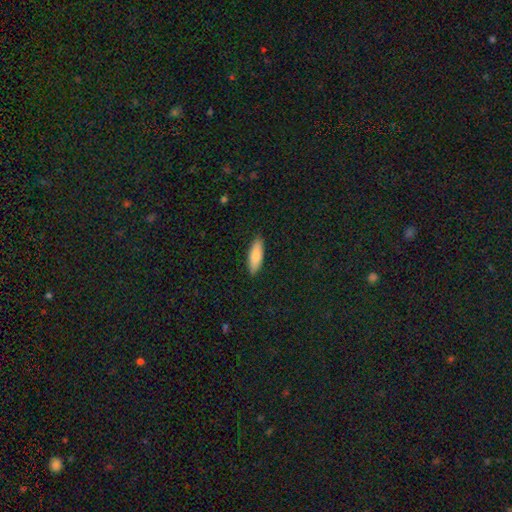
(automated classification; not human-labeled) A smooth galaxy with no disk features (83%) that is in between round and cigar-shaped (61%). Merging: none (89%).